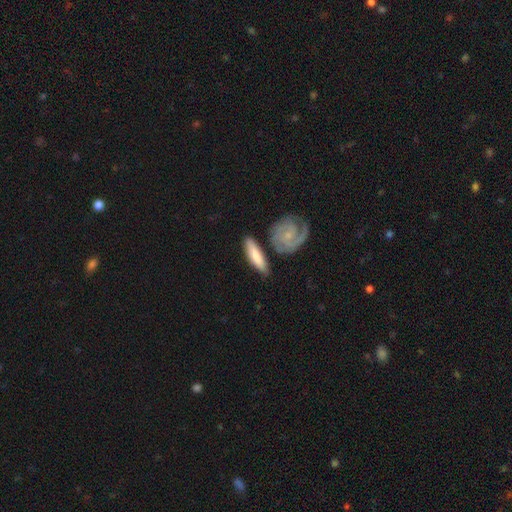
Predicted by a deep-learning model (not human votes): Smooth or featured?
  - smooth: 63% *
  - featured or disk: 32%
  - star or artifact: 5%
How rounded?
  - cigar-shaped: 61% *
  - in between: 36%
  - round: 3%
Merging?
  - none: 72% *
  - minor disturbance: 15%
  - merger: 9%
  - major disturbance: 4%